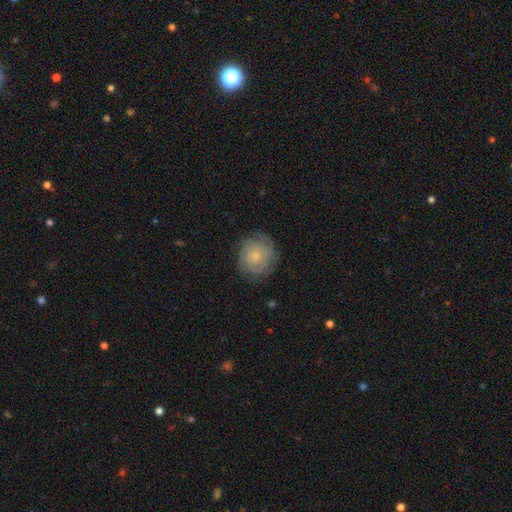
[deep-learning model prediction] featured or disk 50%, smooth 41%, star or artifact 9%. Down the decision tree: edge-on disk — no (98%); merging — none (79%).